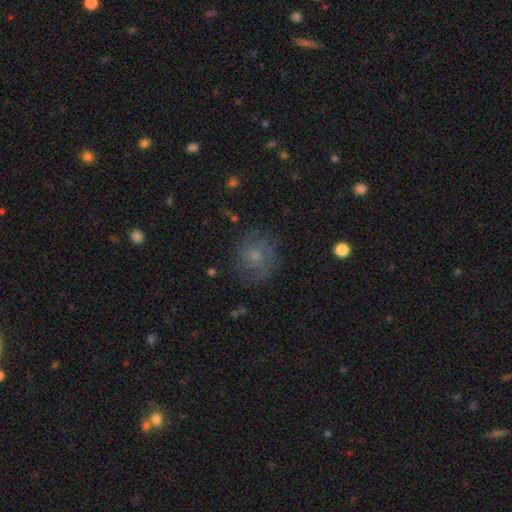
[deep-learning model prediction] A featured or disk galaxy (47%). Merging: none (72%).